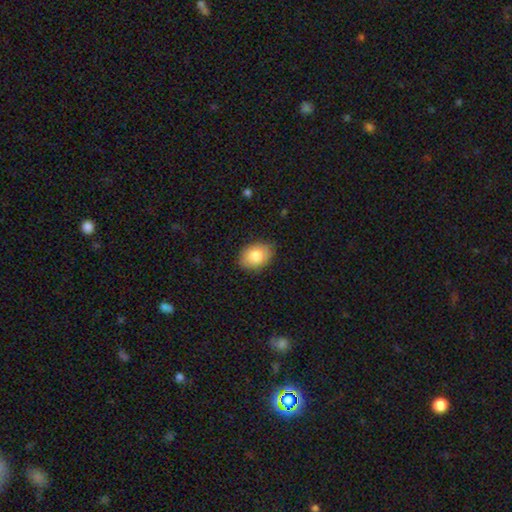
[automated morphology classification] This appears to be a smooth galaxy with no disk features (83%) that is in between round and cigar-shaped (78%). Merging: none (84%).